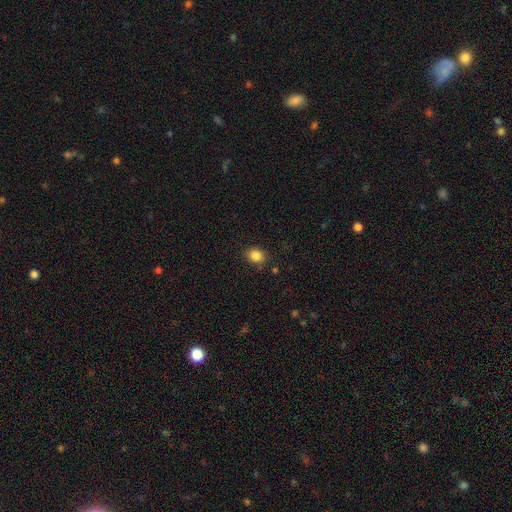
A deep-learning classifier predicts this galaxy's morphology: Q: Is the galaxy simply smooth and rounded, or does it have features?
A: smooth — 86%.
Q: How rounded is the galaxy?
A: round — 51%.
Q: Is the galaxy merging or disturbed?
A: none — 84%.